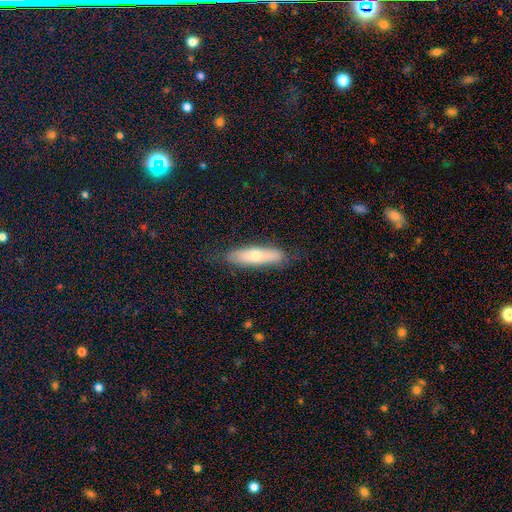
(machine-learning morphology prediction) Smooth or featured?
  - smooth: 61% *
  - featured or disk: 33%
  - star or artifact: 6%
How rounded?
  - cigar-shaped: 67% *
  - in between: 31%
  - round: 2%
Merging?
  - none: 80% *
  - minor disturbance: 15%
  - major disturbance: 3%
  - merger: 1%